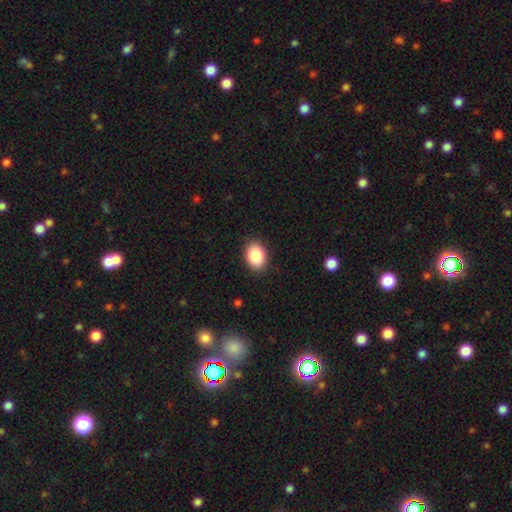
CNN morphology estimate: smooth-or-featured: smooth: 87% | star or artifact: 7% | featured or disk: 5%
  how-rounded: in between: 81% | round: 18% | cigar-shaped: 1%
  merging: none: 88% | minor disturbance: 8% | major disturbance: 2% | merger: 1%